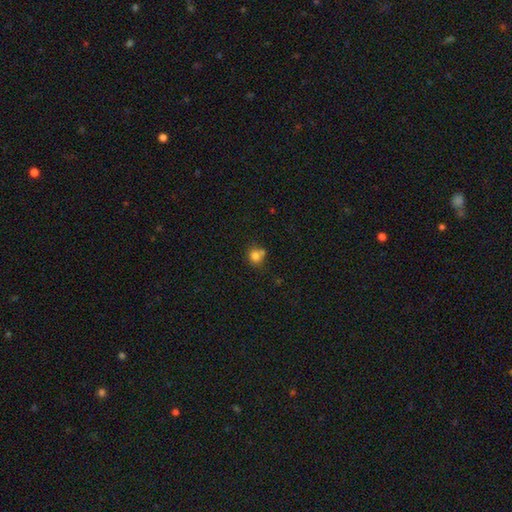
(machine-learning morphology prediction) Q: Smooth or featured?
A: smooth (79%); runner-up: star or artifact (12%)
Q: How rounded?
A: round (82%); runner-up: in between (17%)
Q: Merging?
A: none (53%); runner-up: merger (27%)